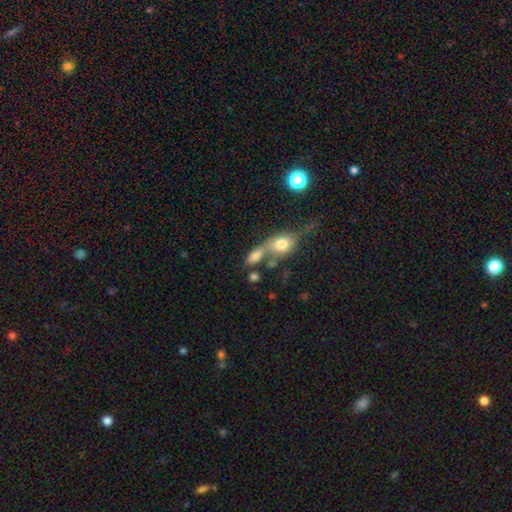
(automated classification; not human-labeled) Morphology: type=smooth (77%); roundness=in between (82%); merging=merger (45%).